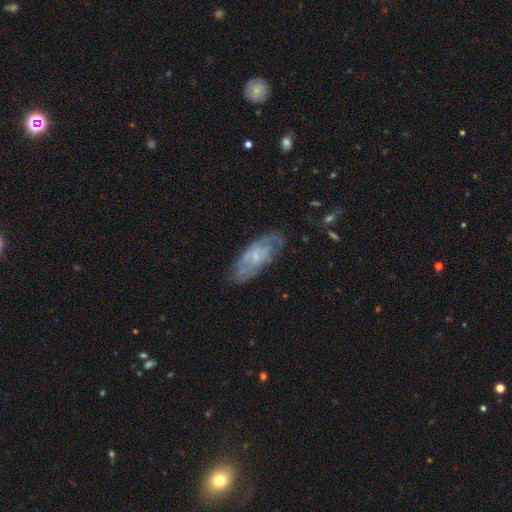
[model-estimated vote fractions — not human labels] A featured or disk galaxy (61%) with no bar (68%), spiral arms (71%) and a small central bulge (68%).

Vote fractions:
- Smooth or featured? featured or disk: 61% / smooth: 32% / star or artifact: 7%
- Edge-on disk? no: 88% / yes: 12%
- Bar? no: 68% / weak: 27% / strong: 4%
- Spiral arms? yes: 71% / no: 29%
- Bulge size? small: 68% / moderate: 20% / none: 10% / large: 1% / dominant: 1%
- Merging? none: 64% / minor disturbance: 24% / major disturbance: 10% / merger: 2%